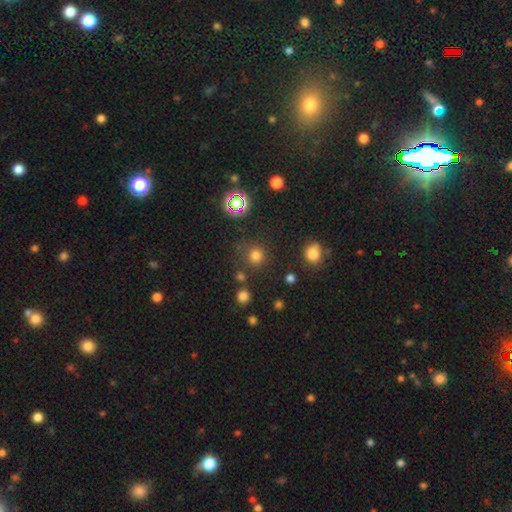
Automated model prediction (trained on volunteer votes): A smooth galaxy with no disk features (74%) that is round (93%). Merging: none (81%).